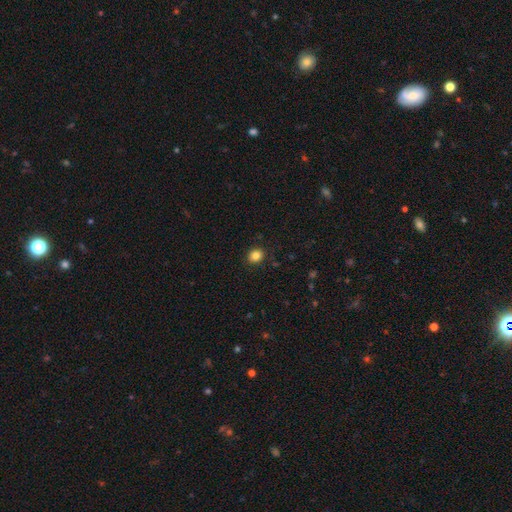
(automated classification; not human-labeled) Morphology: type=smooth (85%); roundness=round (63%); merging=none (89%).